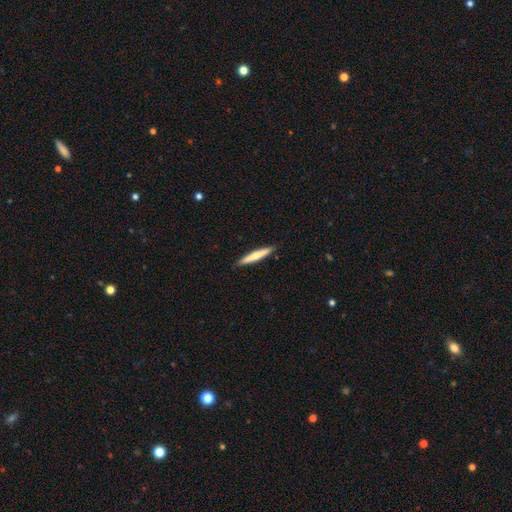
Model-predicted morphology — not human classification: A smooth galaxy with no disk features (64%) that is cigar-shaped (95%).

Vote fractions:
- Smooth or featured? smooth: 64% / featured or disk: 31% / star or artifact: 5%
- How rounded? cigar-shaped: 95% / in between: 4% / round: 1%
- Merging? none: 91% / minor disturbance: 7% / major disturbance: 1% / merger: 1%